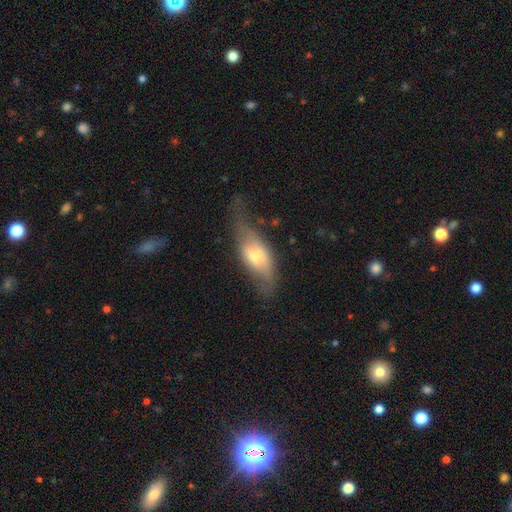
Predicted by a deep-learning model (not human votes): A smooth galaxy with no disk features (47%). Merging: none (42%).